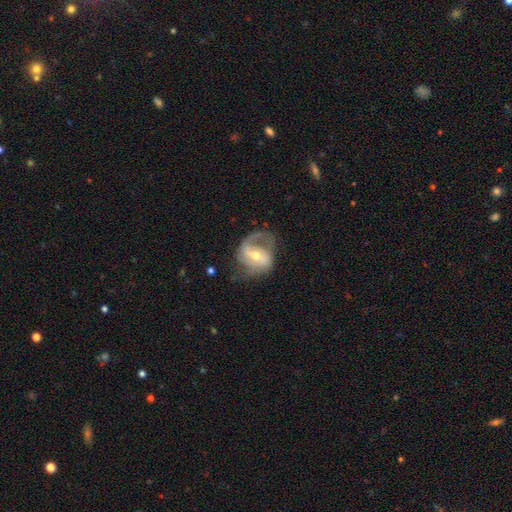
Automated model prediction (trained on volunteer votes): smooth_or_featured: featured or disk (p=0.80) [alt: smooth p=0.14]
disk_edge_on: no (p=0.96) [alt: yes p=0.04]
bar: weak (p=0.40) [alt: strong p=0.39]
has_spiral_arms: yes (p=0.89) [alt: no p=0.11]
spiral_winding: medium (p=0.46) [alt: loose p=0.33]
spiral_arm_count: 2 (p=0.64) [alt: 1 p=0.23]
bulge_size: moderate (p=0.50) [alt: small p=0.45]
merging: none (p=0.53) [alt: major disturbance p=0.23]